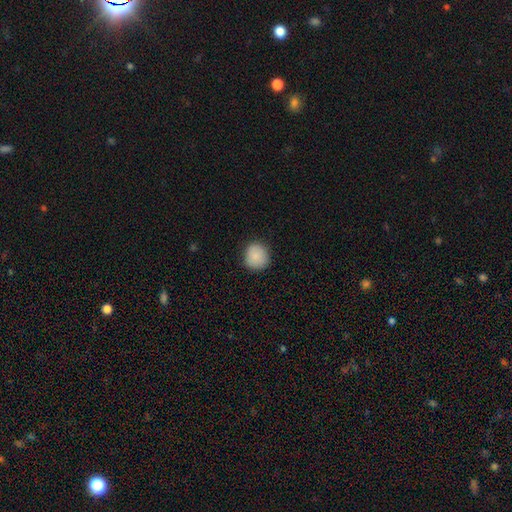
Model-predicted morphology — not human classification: Smooth or featured? Predicted: smooth (p=0.87). How rounded? Predicted: round (p=0.90). Merging? Predicted: none (p=0.86).